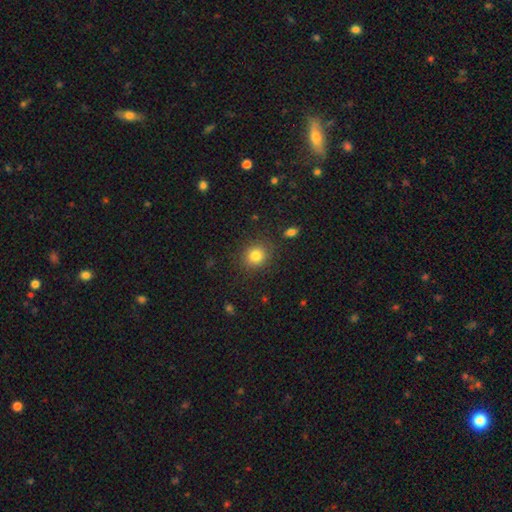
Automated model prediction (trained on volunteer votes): This appears to be a smooth galaxy with no disk features (82%) that is round (83%). Merging: none (87%).